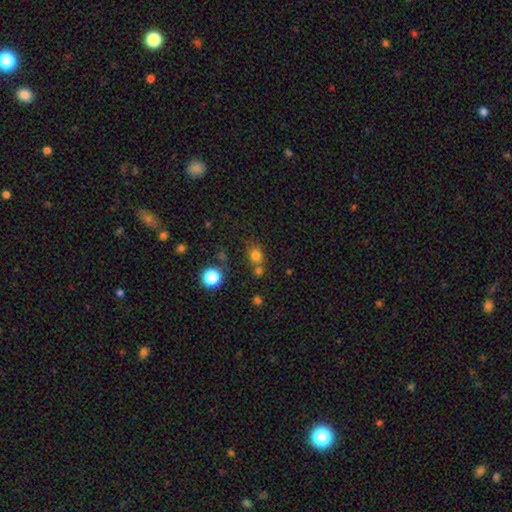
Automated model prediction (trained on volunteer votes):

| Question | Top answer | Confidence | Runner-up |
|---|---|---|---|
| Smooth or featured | smooth | 75% | star or artifact (17%) |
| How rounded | round | 68% | in between (31%) |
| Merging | none | 58% | merger (24%) |